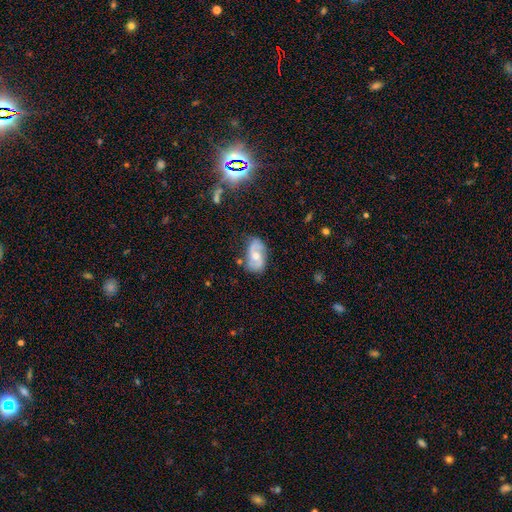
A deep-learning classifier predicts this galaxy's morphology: A featured or disk galaxy (73%) with no bar (56%), 2 (86%) medium (45%) spiral arms (90%) and a moderate central bulge (67%).

Vote fractions:
- Smooth or featured? featured or disk: 73% / smooth: 20% / star or artifact: 6%
- Edge-on disk? no: 96% / yes: 4%
- Bar? no: 56% / weak: 36% / strong: 8%
- Spiral arms? yes: 90% / no: 10%
- Spiral winding? medium: 45% / loose: 35% / tight: 20%
- Spiral arm count? 2: 86% / can't tell: 8% / 1: 3% / 3: 2% / 4: 1% / more than 4: 1%
- Bulge size? moderate: 67% / small: 26% / large: 4% / none: 2% / dominant: 1%
- Merging? none: 69% / minor disturbance: 22% / major disturbance: 7% / merger: 3%